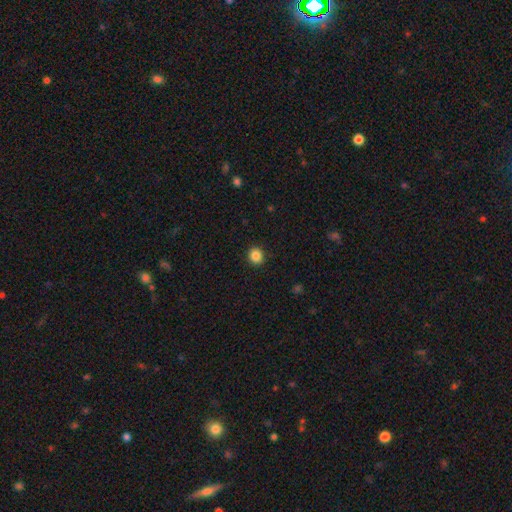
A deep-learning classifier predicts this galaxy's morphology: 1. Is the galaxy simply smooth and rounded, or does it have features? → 86% smooth, 10% star or artifact, 4% featured or disk.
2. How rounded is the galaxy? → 84% round, 15% in between, 1% cigar-shaped.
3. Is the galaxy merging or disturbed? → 92% none, 6% minor disturbance, 2% major disturbance, 1% merger.